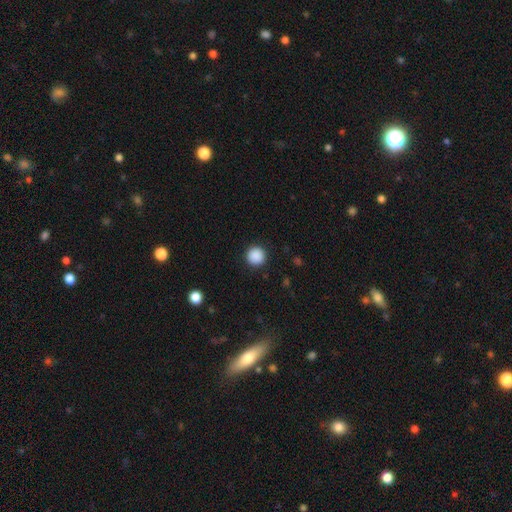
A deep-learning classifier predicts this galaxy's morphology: smooth-or-featured: smooth: 89% | star or artifact: 9% | featured or disk: 2%
  how-rounded: round: 95% | in between: 4% | cigar-shaped: 1%
  merging: none: 92% | minor disturbance: 5% | major disturbance: 2% | merger: 1%